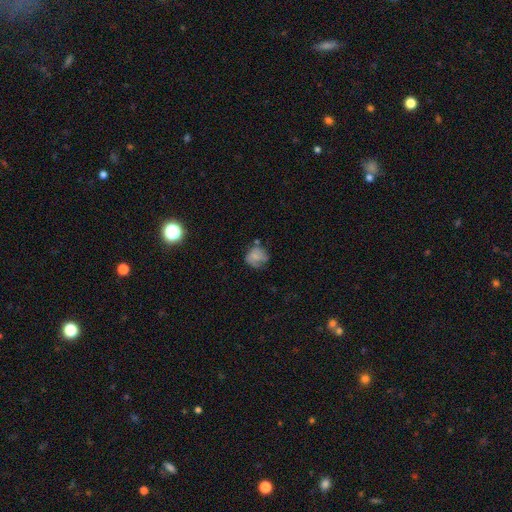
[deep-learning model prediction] smooth-or-featured: smooth: 65% | featured or disk: 24% | star or artifact: 10%
  how-rounded: round: 74% | in between: 25% | cigar-shaped: 1%
  merging: none: 48% | minor disturbance: 31% | major disturbance: 15% | merger: 6%